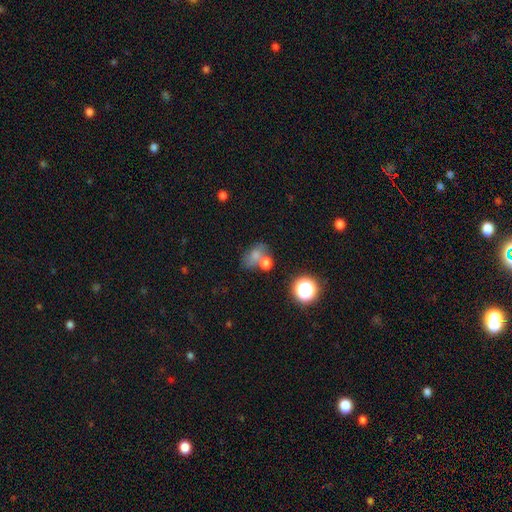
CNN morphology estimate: This appears to be a smooth galaxy with no disk features (69%) that is in between round and cigar-shaped (68%). Merging: none (41%).